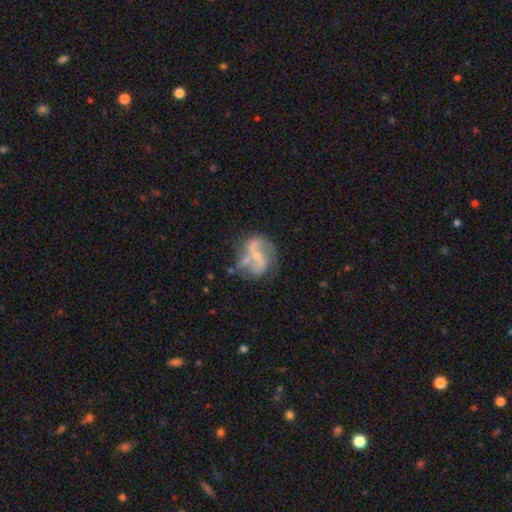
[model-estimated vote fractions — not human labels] smooth-or-featured: featured or disk: 80% | smooth: 13% | star or artifact: 7%
  disk-edge-on: no: 98% | yes: 2%
    bar: weak: 42% | no: 38% | strong: 20%
    has-spiral-arms: yes: 90% | no: 10%
      spiral-winding: loose: 47% | medium: 42% | tight: 12%
      spiral-arm-count: 2: 84% | can't tell: 6% | 3: 4% | 1: 3% | 4: 1% | more than 4: 1%
    bulge-size: small: 64% | moderate: 24% | none: 10% | large: 1% | dominant: 1%
  merging: none: 57% | minor disturbance: 21% | major disturbance: 13% | merger: 9%